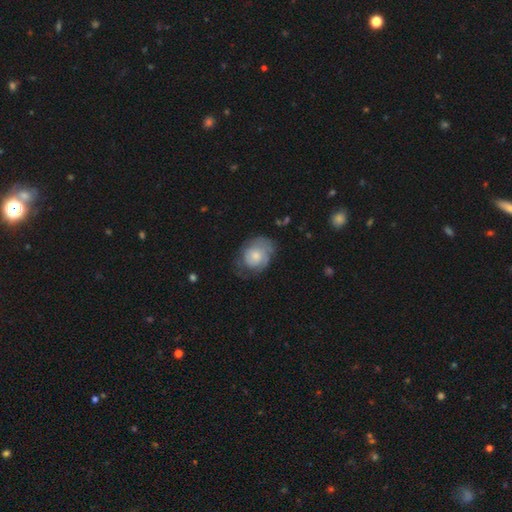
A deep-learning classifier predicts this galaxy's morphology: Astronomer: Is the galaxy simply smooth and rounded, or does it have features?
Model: featured or disk — 50% (runner-up: smooth, 43%).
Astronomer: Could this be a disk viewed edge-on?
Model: no — 97%.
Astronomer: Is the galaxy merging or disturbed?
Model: none — 52% (runner-up: minor disturbance, 28%).